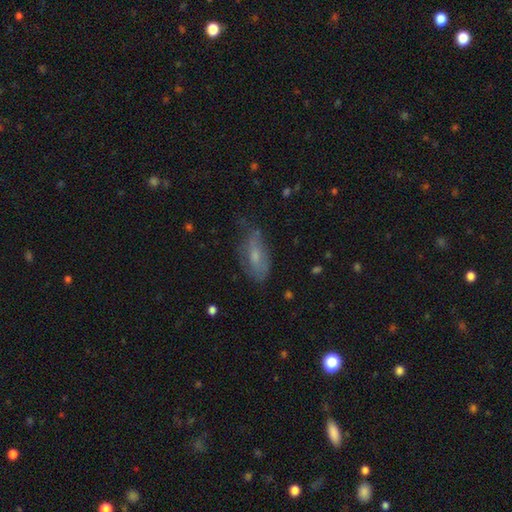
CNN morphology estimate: Smooth or featured? smooth (52%)
How rounded? in between (80%)
Merging? none (54%)